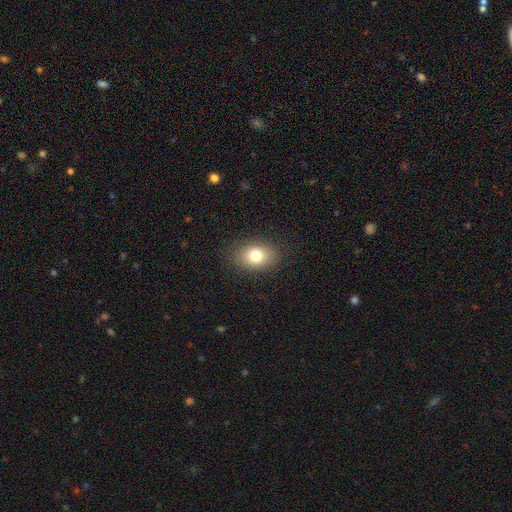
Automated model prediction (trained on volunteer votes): Smooth or featured?
  - smooth: 79% *
  - featured or disk: 11%
  - star or artifact: 10%
How rounded?
  - in between: 74% *
  - round: 25%
  - cigar-shaped: 1%
Merging?
  - none: 87% *
  - minor disturbance: 9%
  - major disturbance: 3%
  - merger: 1%